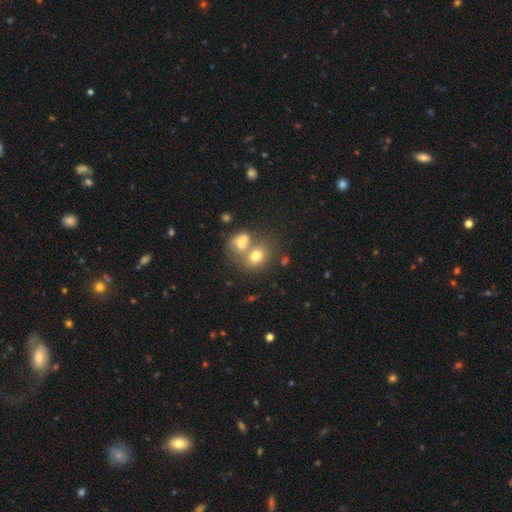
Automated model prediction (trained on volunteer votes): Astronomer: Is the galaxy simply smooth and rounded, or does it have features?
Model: smooth — 71%.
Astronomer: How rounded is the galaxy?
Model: in between — 56% (runner-up: round, 43%).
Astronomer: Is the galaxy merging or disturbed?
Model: merger — 54% (runner-up: none, 33%).